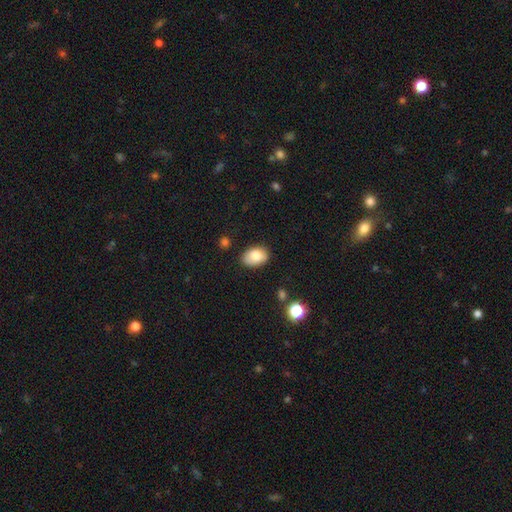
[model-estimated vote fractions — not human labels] The model was most divided on "merging": none: 79%, minor disturbance: 16%, major disturbance: 3%, merger: 2%. More confident: how rounded — in between (86%); smooth or featured — smooth (82%).